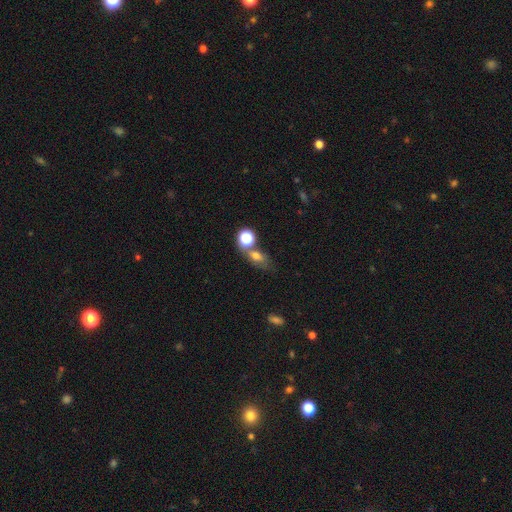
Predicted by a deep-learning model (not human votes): Smooth or featured?
  - smooth: 67% *
  - star or artifact: 18%
  - featured or disk: 15%
How rounded?
  - in between: 65% *
  - round: 31%
  - cigar-shaped: 4%
Merging?
  - none: 42% *
  - merger: 33%
  - minor disturbance: 15%
  - major disturbance: 9%